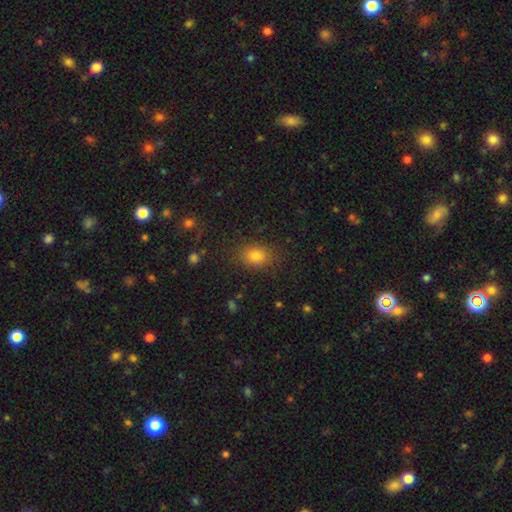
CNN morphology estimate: smooth_or_featured: smooth (p=0.81) [alt: star or artifact p=0.12]
how_rounded: in between (p=0.75) [alt: round p=0.23]
merging: none (p=0.83) [alt: minor disturbance p=0.11]